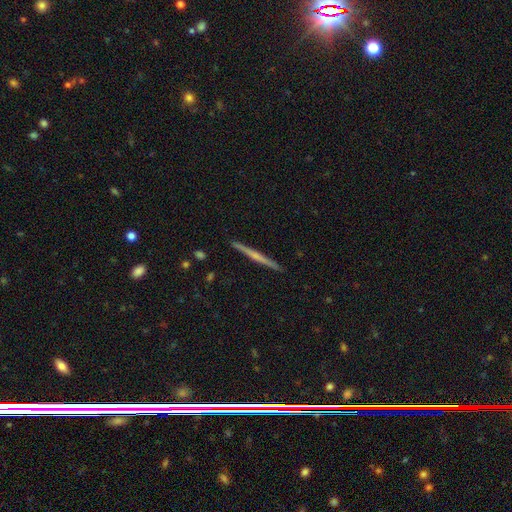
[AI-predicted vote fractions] A featured or disk galaxy (68%) viewed edge-on (98%) with a rounded central bulge (51%). Merging: none (93%).